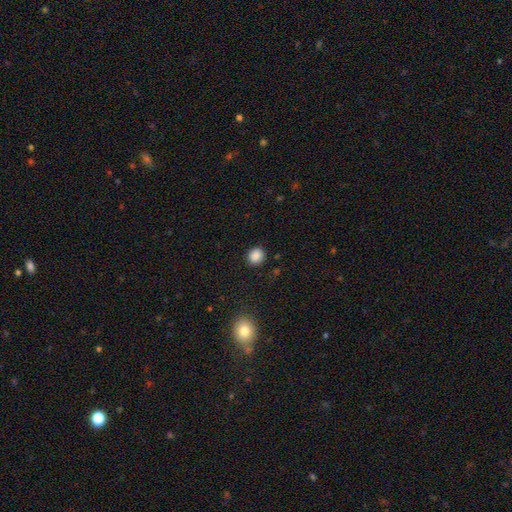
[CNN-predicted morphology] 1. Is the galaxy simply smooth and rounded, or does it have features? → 87% smooth, 10% star or artifact, 3% featured or disk.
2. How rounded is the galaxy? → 76% round, 23% in between, 1% cigar-shaped.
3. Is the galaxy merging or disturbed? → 89% none, 7% minor disturbance, 2% major disturbance, 1% merger.